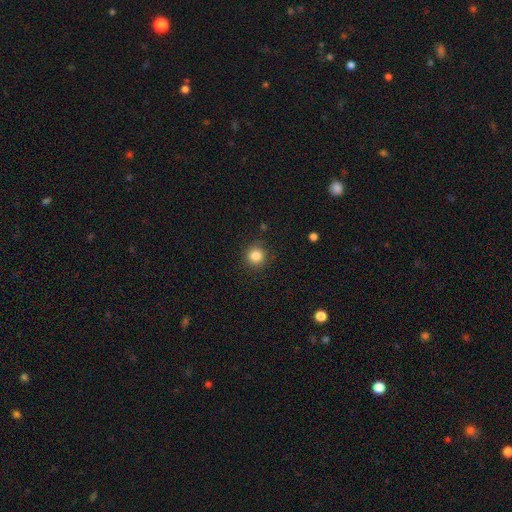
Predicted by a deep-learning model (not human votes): Smooth or featured? smooth (84%)
How rounded? round (93%)
Merging? none (88%)